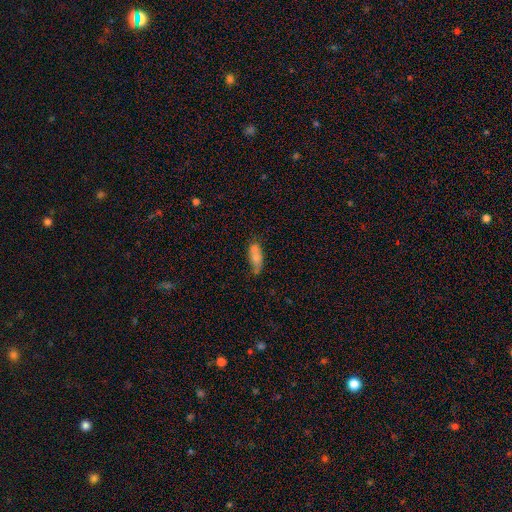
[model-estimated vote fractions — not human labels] Overall: smooth (69%). How rounded: in between (73%). Merging: none (51%; minor disturbance 21%).